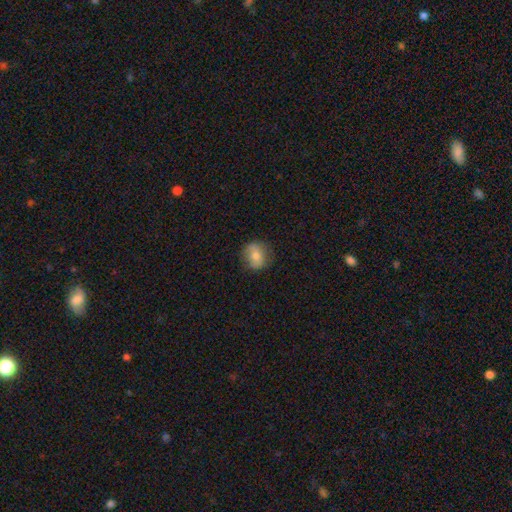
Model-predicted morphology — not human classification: type=smooth (62%); roundness=round (77%); merging=none (80%).